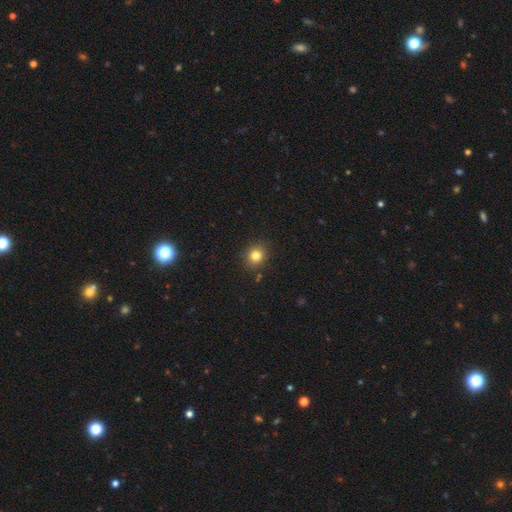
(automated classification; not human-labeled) The model was most divided on "how rounded": round: 79%, in between: 20%, cigar-shaped: 1%. More confident: merging — none (88%); smooth or featured — smooth (81%).